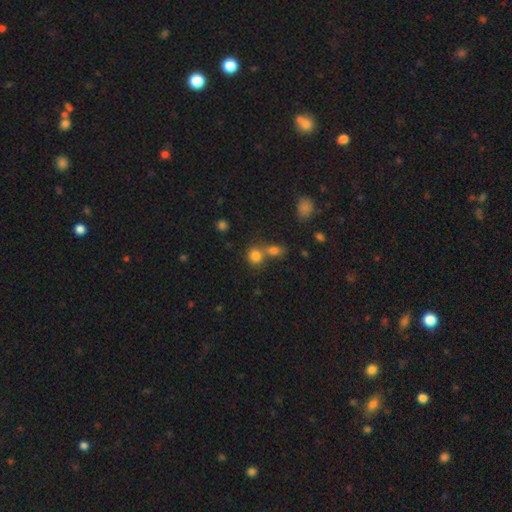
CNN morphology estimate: smooth_or_featured: smooth (p=0.80) [alt: star or artifact p=0.13]
how_rounded: round (p=0.71) [alt: in between p=0.27]
merging: merger (p=0.44) [tied with: none p=0.44]